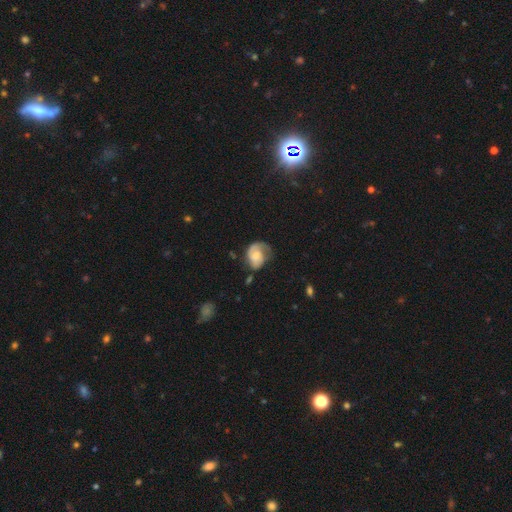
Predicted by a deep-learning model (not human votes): This is possibly a featured or disk galaxy (57%). It is clearly not viewed edge-on (97%). Bar: likely no (65%). Spiral arm pattern: clearly yes (85%). Central bulge: marginally small (36%). Merging: marginally none (39%).